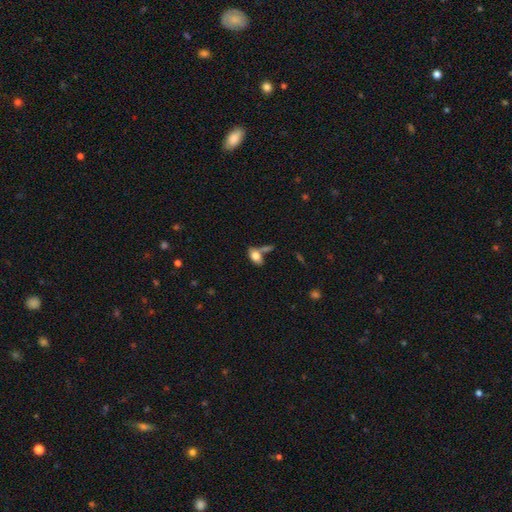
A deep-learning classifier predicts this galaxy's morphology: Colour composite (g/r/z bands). It shows a smooth galaxy with no disk features (76%) that is in between round and cigar-shaped (89%). Merging: none (47%).